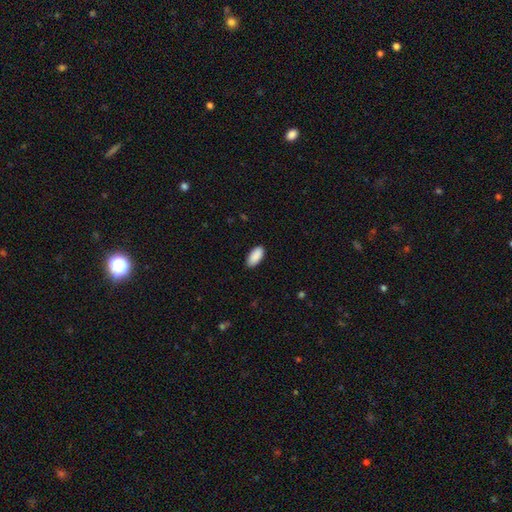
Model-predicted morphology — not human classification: This is clearly a smooth galaxy (91%). How rounded: clearly in between (93%). Merging: clearly none (88%).